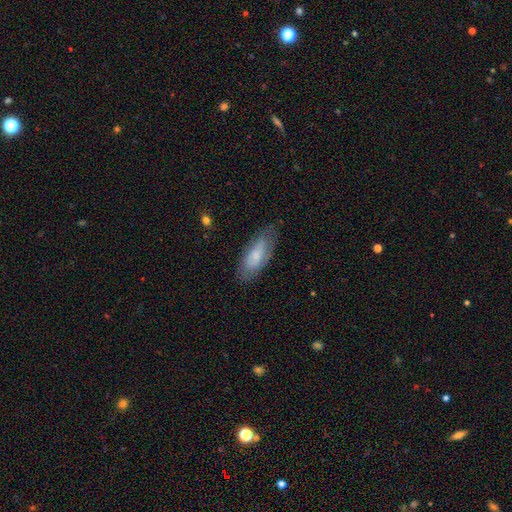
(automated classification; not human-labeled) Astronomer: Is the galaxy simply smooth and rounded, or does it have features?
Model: smooth — 70%.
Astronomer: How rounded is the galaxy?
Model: in between — 75%.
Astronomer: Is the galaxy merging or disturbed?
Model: none — 73%.